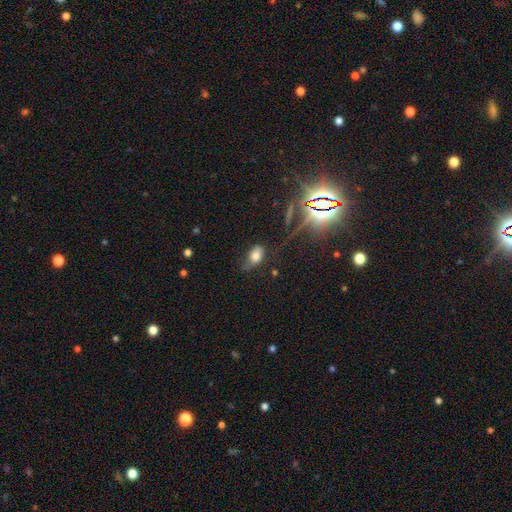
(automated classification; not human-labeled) This appears to be a smooth galaxy with no disk features (68%) that is in between round and cigar-shaped (86%). Merging: none (45%).